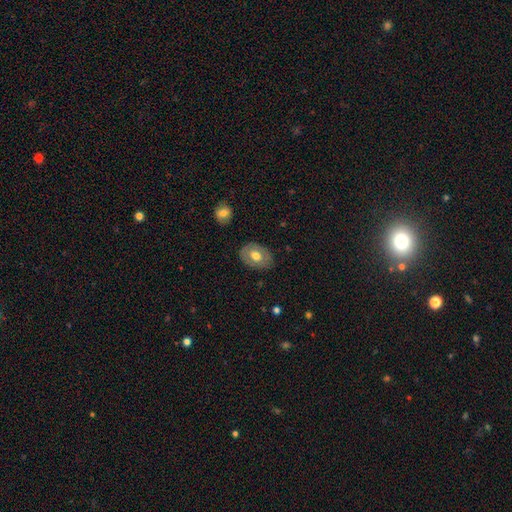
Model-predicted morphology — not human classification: This appears to be a smooth galaxy with no disk features (59%) that is in between round and cigar-shaped (75%). Merging: none (83%).